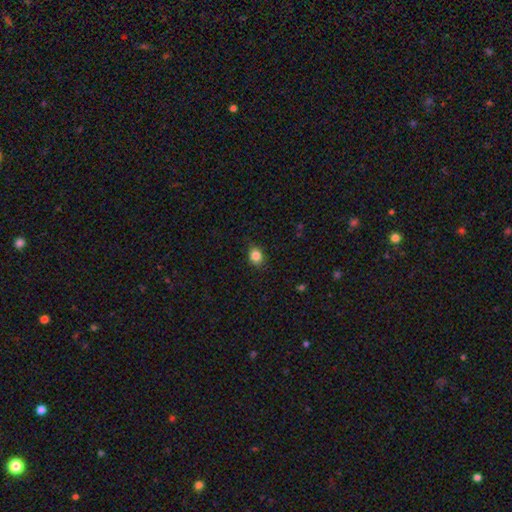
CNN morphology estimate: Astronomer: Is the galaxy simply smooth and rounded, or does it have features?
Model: smooth — 84%.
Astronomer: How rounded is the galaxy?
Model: round — 55% (runner-up: in between, 44%).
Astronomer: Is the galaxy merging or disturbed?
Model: none — 82%.